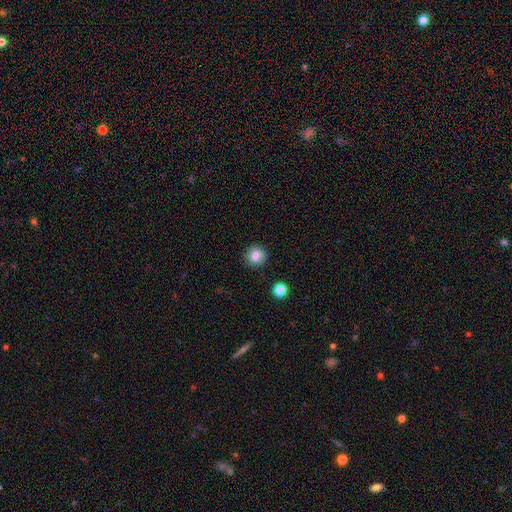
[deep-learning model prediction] The model was most divided on "smooth or featured": smooth: 81%, star or artifact: 10%, featured or disk: 8%. More confident: how rounded — round (93%); merging — none (91%).